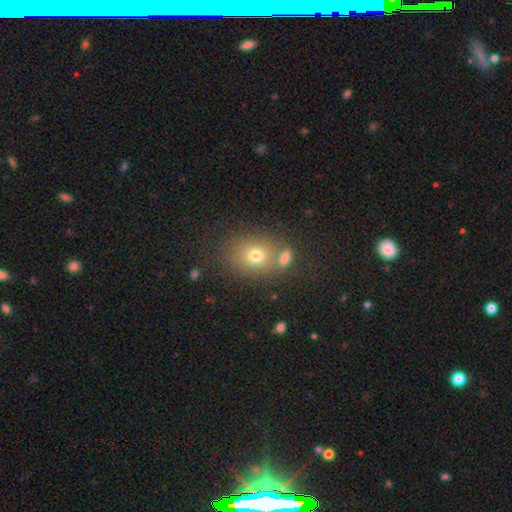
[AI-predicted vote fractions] A smooth galaxy with no disk features (72%) that is round (52%).

Vote fractions:
- Smooth or featured? smooth: 72% / star or artifact: 14% / featured or disk: 14%
- How rounded? round: 52% / in between: 47% / cigar-shaped: 1%
- Merging? none: 60% / merger: 24% / minor disturbance: 12% / major disturbance: 5%